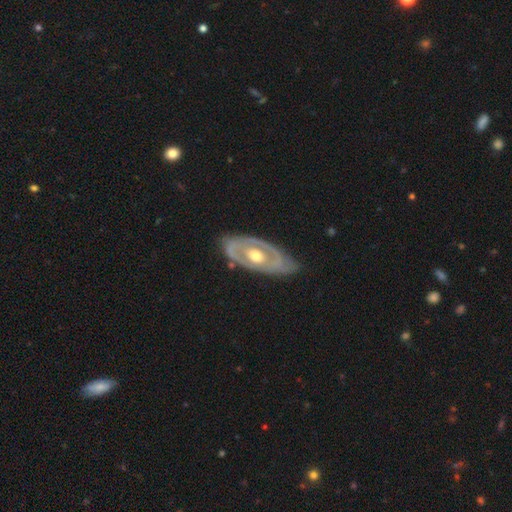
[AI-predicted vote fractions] Smooth or featured? Predicted: featured or disk (p=0.75). Edge-on disk? Predicted: no (p=0.89). Bar? Predicted: no (p=0.81). Spiral arms? Predicted: no (p=0.57). Bulge size? Predicted: moderate (p=0.76). Merging? Predicted: none (p=0.72).